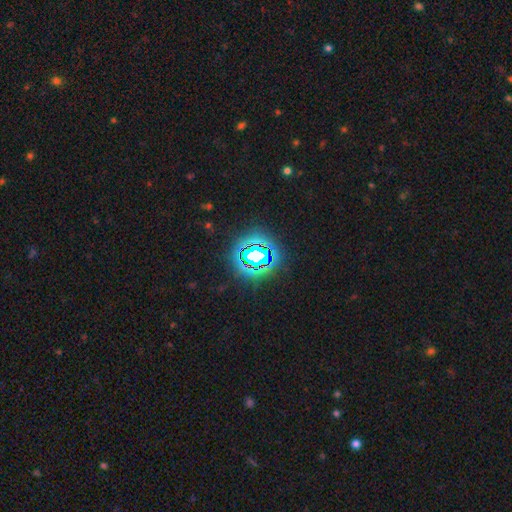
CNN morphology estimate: Smooth or featured: star or artifact — 72% (smooth — 17%)